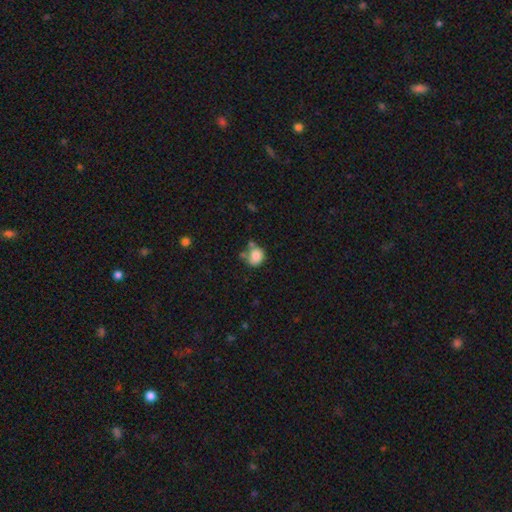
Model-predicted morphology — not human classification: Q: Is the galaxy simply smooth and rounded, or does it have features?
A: smooth — 81%.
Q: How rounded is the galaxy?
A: round — 68%.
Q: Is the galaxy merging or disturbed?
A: none — 48%.